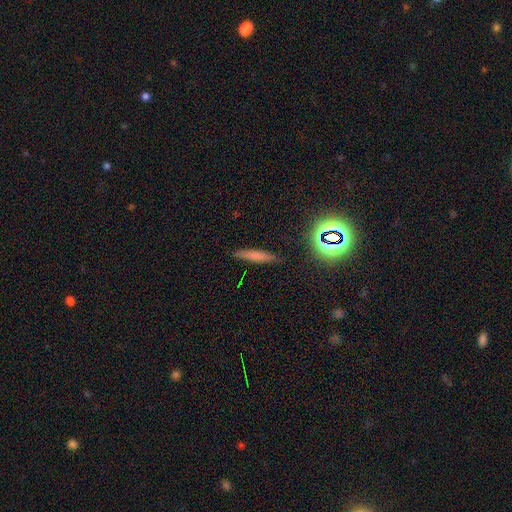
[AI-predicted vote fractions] A smooth galaxy with no disk features (67%) that is cigar-shaped (88%). Merging: none (85%).